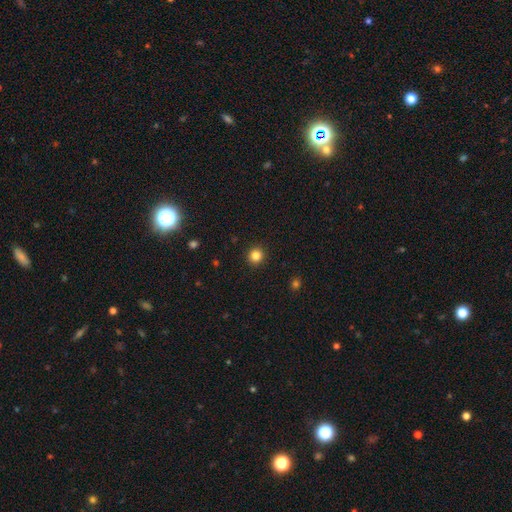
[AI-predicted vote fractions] Smooth or featured? Predicted: smooth (p=0.83). How rounded? Predicted: round (p=0.94). Merging? Predicted: none (p=0.93).